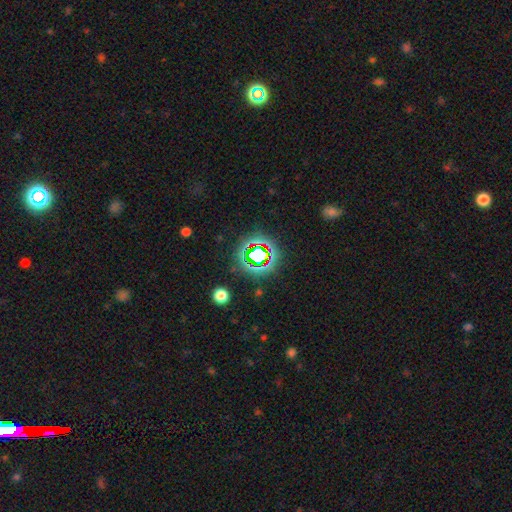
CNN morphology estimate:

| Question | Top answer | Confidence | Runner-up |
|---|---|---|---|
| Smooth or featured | star or artifact | 73% | smooth (17%) |